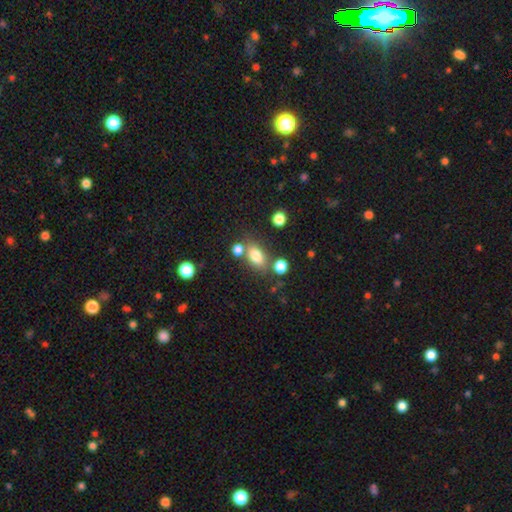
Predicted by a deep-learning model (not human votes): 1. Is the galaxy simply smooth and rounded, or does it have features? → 79% smooth, 11% star or artifact, 10% featured or disk.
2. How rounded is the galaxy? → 79% in between, 16% round, 4% cigar-shaped.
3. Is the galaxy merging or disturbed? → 66% none, 17% merger, 13% minor disturbance, 5% major disturbance.